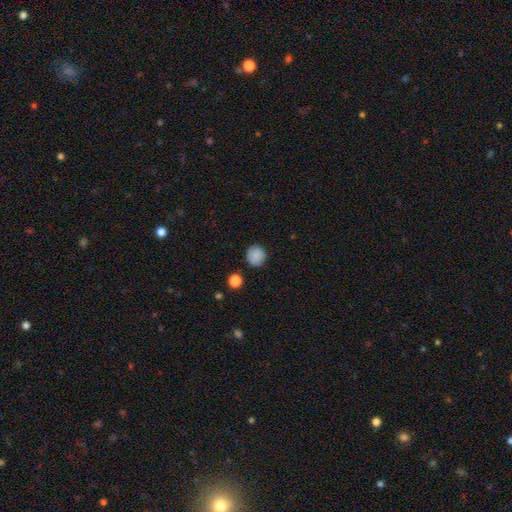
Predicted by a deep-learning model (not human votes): smooth_or_featured: smooth (p=0.86) [alt: star or artifact p=0.09]
how_rounded: round (p=0.90) [alt: in between p=0.09]
merging: none (p=0.86) [alt: minor disturbance p=0.10]